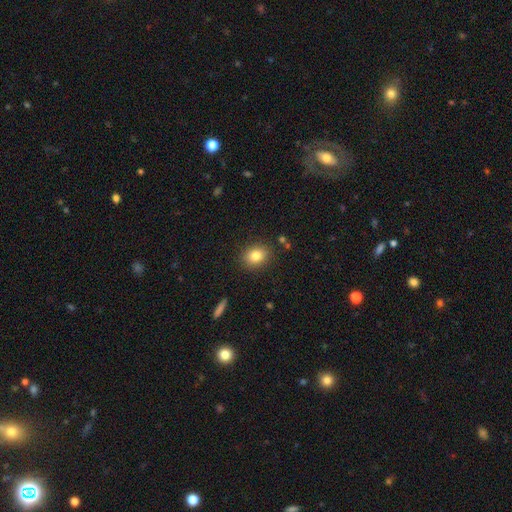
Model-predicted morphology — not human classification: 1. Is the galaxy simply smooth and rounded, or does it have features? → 82% smooth, 10% star or artifact, 8% featured or disk.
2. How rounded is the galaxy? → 54% round, 45% in between, 1% cigar-shaped.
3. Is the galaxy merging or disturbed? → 87% none, 9% minor disturbance, 3% major disturbance, 2% merger.